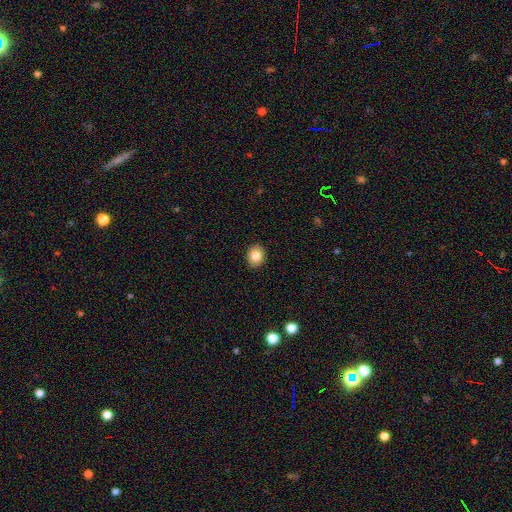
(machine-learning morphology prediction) A smooth galaxy with no disk features (83%) that is round (60%).

Vote fractions:
- Smooth or featured? smooth: 83% / star or artifact: 9% / featured or disk: 7%
- How rounded? round: 60% / in between: 39% / cigar-shaped: 1%
- Merging? none: 91% / minor disturbance: 7% / major disturbance: 2% / merger: 1%